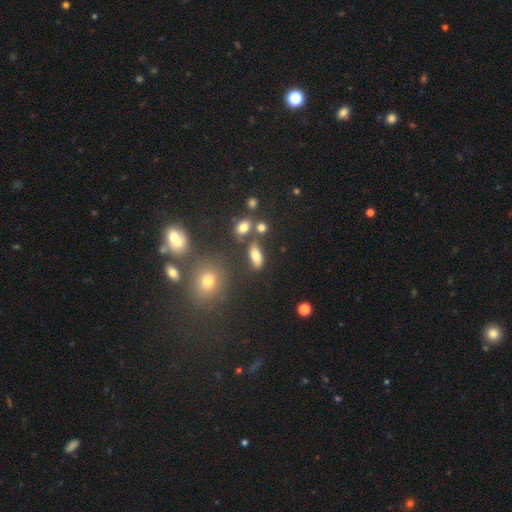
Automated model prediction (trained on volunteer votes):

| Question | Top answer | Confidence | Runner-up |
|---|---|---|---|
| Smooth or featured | smooth | 75% | featured or disk (13%) |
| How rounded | in between | 78% | cigar-shaped (13%) |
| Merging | none | 70% | minor disturbance (13%) |